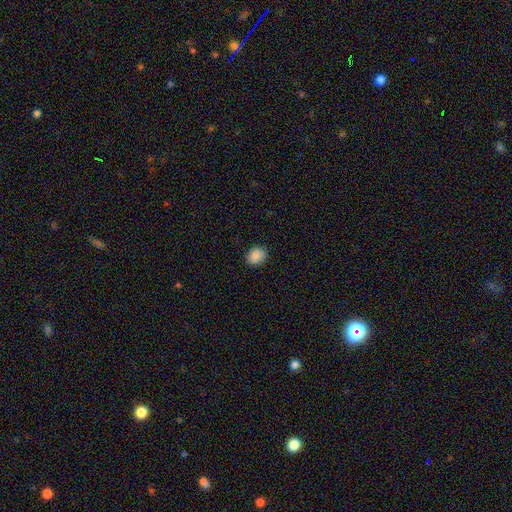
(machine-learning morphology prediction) The model was most divided on "how rounded": round: 58%, in between: 41%, cigar-shaped: 1%. More confident: smooth or featured — smooth (88%); merging — none (86%).